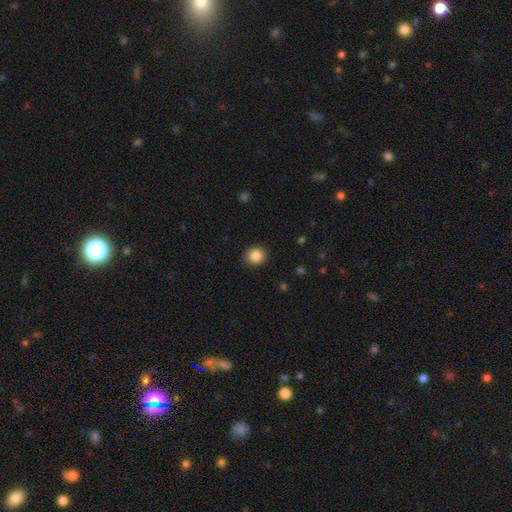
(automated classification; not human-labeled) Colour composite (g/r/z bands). It shows a smooth galaxy with no disk features (86%) that is round (86%). Merging: none (91%).